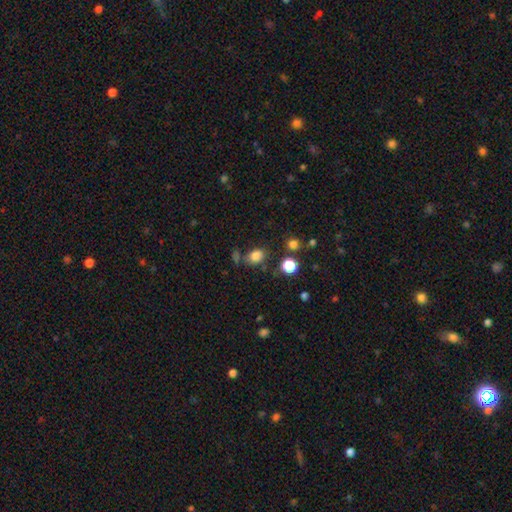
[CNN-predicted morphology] smooth 80%, star or artifact 13%, featured or disk 6%. Down the decision tree: how rounded — in between (62%); merging — none (72%).